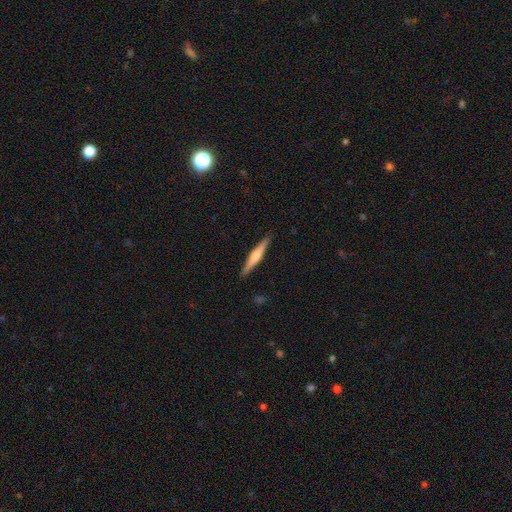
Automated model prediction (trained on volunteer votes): Smooth or featured?
  - featured or disk: 56% *
  - smooth: 39%
  - star or artifact: 6%
Edge-on disk?
  - yes: 97% *
  - no: 3%
Edge-on bulge?
  - rounded: 79% *
  - none: 11%
  - boxy: 10%
Merging?
  - none: 91% *
  - minor disturbance: 7%
  - major disturbance: 1%
  - merger: 1%